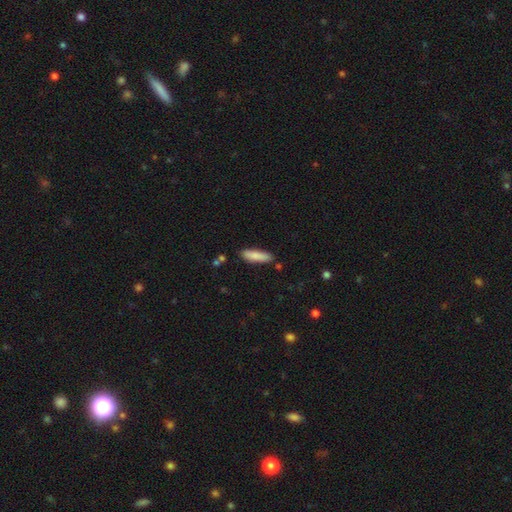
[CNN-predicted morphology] Q: Smooth or featured?
A: smooth (85%); runner-up: featured or disk (8%)
Q: How rounded?
A: cigar-shaped (64%); runner-up: in between (35%)
Q: Merging?
A: none (84%); runner-up: minor disturbance (11%)